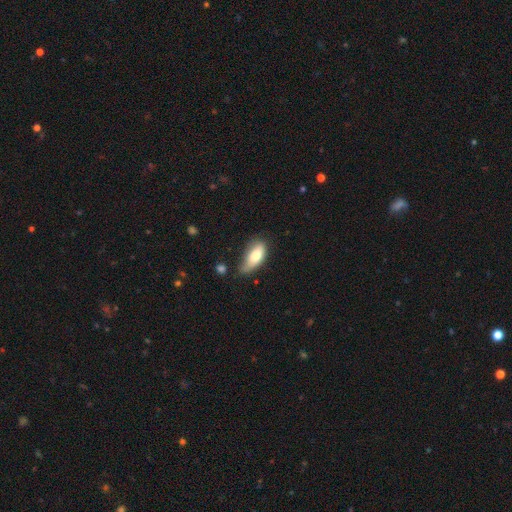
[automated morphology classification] Smooth or featured? Predicted: smooth (p=0.76). How rounded? Predicted: in between (p=0.85). Merging? Predicted: none (p=0.40, tied with minor disturbance).